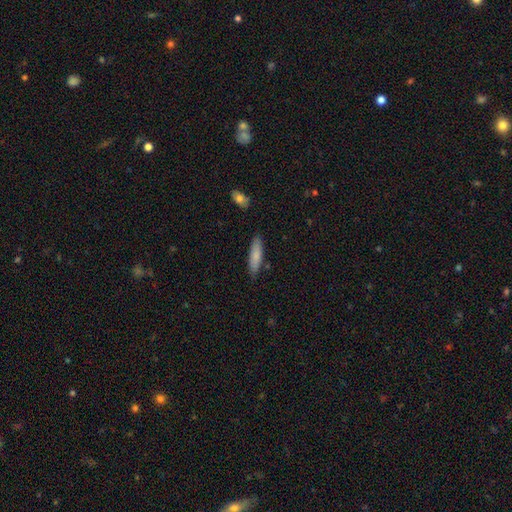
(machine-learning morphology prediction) Smooth or featured: smooth — 80% (featured or disk — 14%)
How rounded: cigar-shaped — 70% (in between — 29%)
Merging: none — 84% (minor disturbance — 12%)